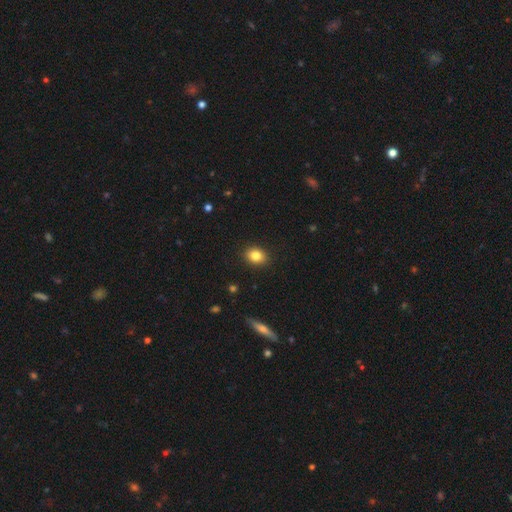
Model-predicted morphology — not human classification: Overall: smooth (83%). How rounded: in between (64%; round 35%). Merging: none (89%).